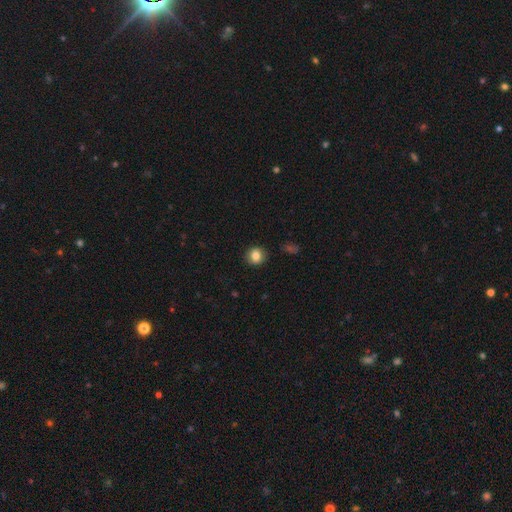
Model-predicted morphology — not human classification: Smooth or featured?
  - smooth: 83% *
  - star or artifact: 9%
  - featured or disk: 8%
How rounded?
  - round: 81% *
  - in between: 18%
  - cigar-shaped: 1%
Merging?
  - none: 88% *
  - minor disturbance: 9%
  - major disturbance: 2%
  - merger: 1%